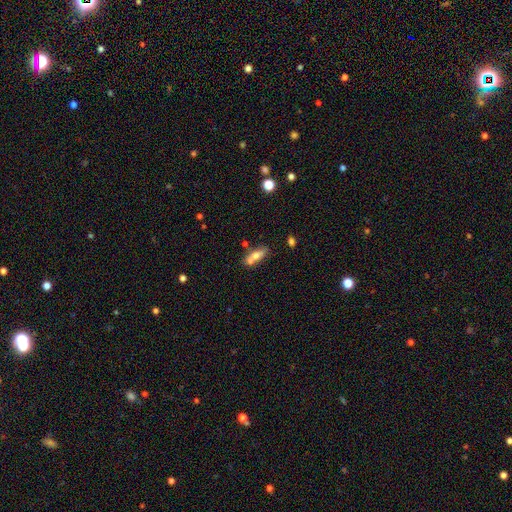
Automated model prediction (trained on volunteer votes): Smooth or featured? Predicted: smooth (p=0.61). How rounded? Predicted: in between (p=0.67). Merging? Predicted: none (p=0.42).